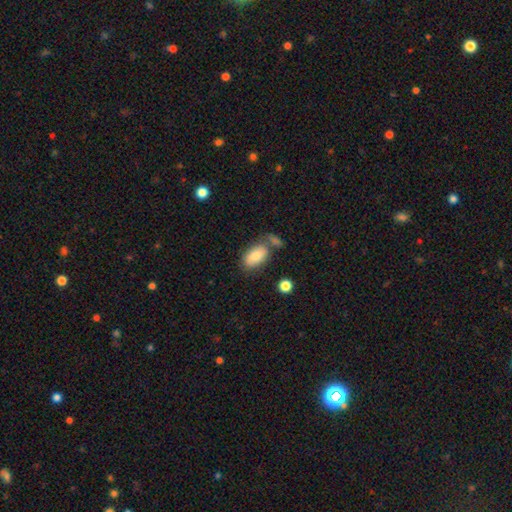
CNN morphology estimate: The model was most divided on "merging": none: 58%, merger: 20%, minor disturbance: 16%, major disturbance: 6%. More confident: how rounded — in between (92%); smooth or featured — smooth (79%).